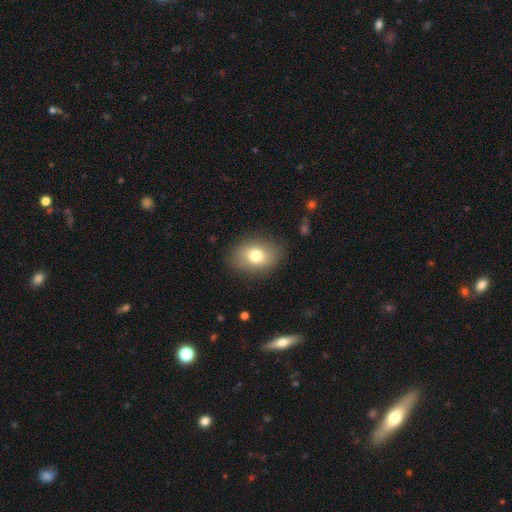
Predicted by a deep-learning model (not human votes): This appears to be a smooth galaxy with no disk features (75%) that is in between round and cigar-shaped (76%). Merging: none (83%).